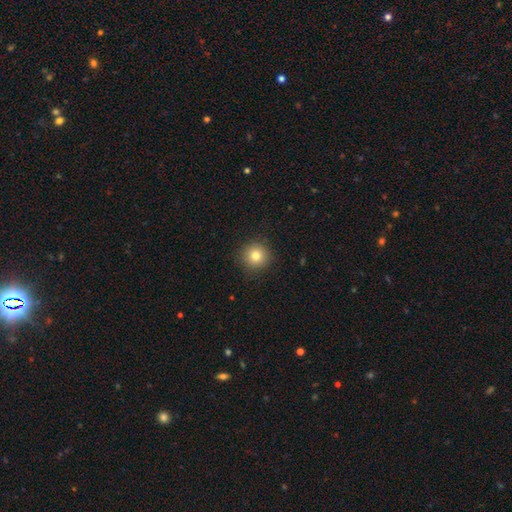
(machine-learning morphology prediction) type=smooth (80%); roundness=round (94%); merging=none (91%).